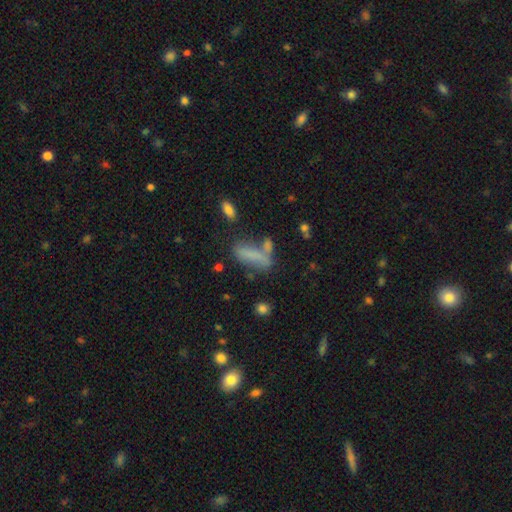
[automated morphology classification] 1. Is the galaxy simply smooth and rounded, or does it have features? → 71% smooth, 18% featured or disk, 11% star or artifact.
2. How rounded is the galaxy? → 49% cigar-shaped, 48% in between, 4% round.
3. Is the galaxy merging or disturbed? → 46% none, 21% minor disturbance, 20% merger, 13% major disturbance.